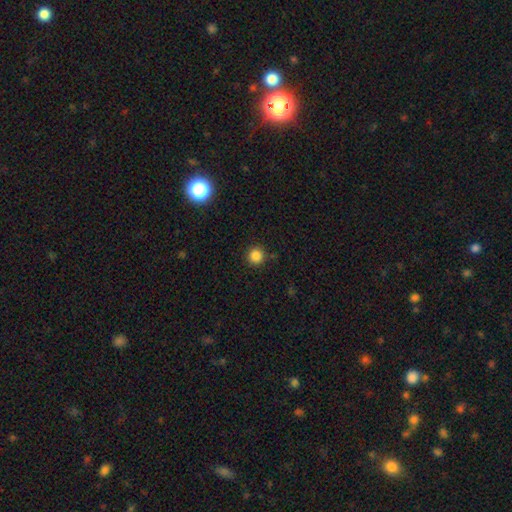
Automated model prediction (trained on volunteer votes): Morphology: type=smooth (85%); roundness=round (95%); merging=none (89%).